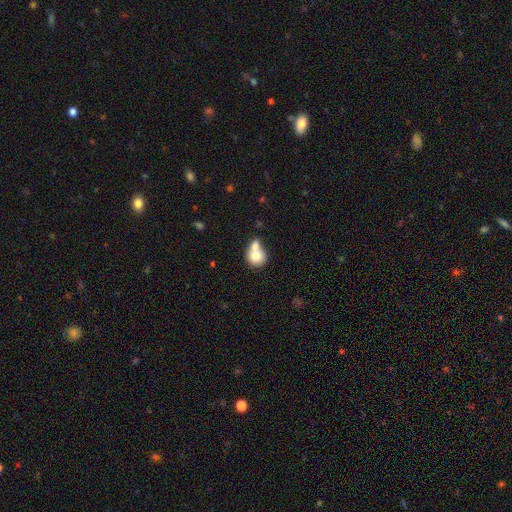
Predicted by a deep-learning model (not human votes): This is likely a smooth galaxy (73%). How rounded: likely round (73%). Merging: likely merger (64%).